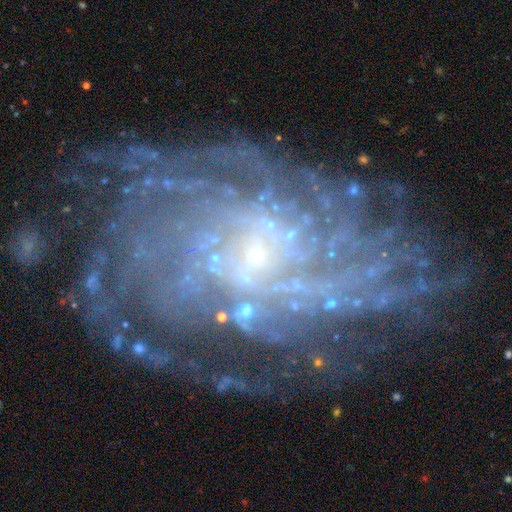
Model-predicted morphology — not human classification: Smooth or featured?
  - featured or disk: 84% *
  - star or artifact: 9%
  - smooth: 6%
Edge-on disk?
  - no: 97% *
  - yes: 3%
Bar?
  - no: 60% *
  - weak: 30%
  - strong: 10%
Spiral arms?
  - yes: 94% *
  - no: 6%
Spiral winding?
  - tight: 72% *
  - medium: 21%
  - loose: 7%
Spiral arm count?
  - can't tell: 33% *
  - more than 4: 31%
  - 4: 13%
  - 3: 9%
  - 2: 8%
  - 1: 7%
Bulge size?
  - small: 78% *
  - none: 10%
  - moderate: 9%
  - large: 2%
  - dominant: 1%
Merging?
  - none: 71% *
  - minor disturbance: 16%
  - major disturbance: 10%
  - merger: 3%